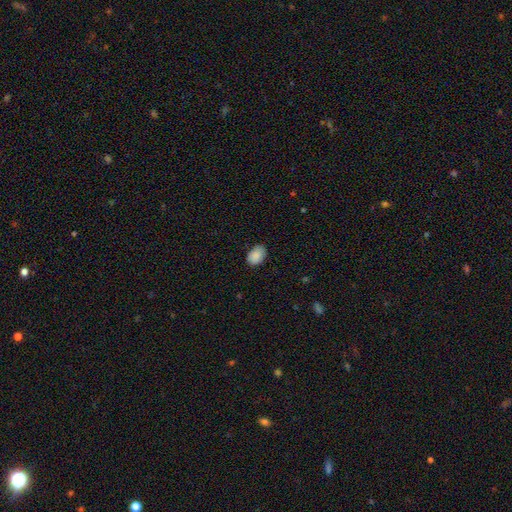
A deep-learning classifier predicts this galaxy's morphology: A smooth galaxy with no disk features (89%) that is in between round and cigar-shaped (80%).

Vote fractions:
- Smooth or featured? smooth: 89% / star or artifact: 7% / featured or disk: 4%
- How rounded? in between: 80% / round: 19% / cigar-shaped: 1%
- Merging? none: 80% / minor disturbance: 16% / major disturbance: 3% / merger: 1%